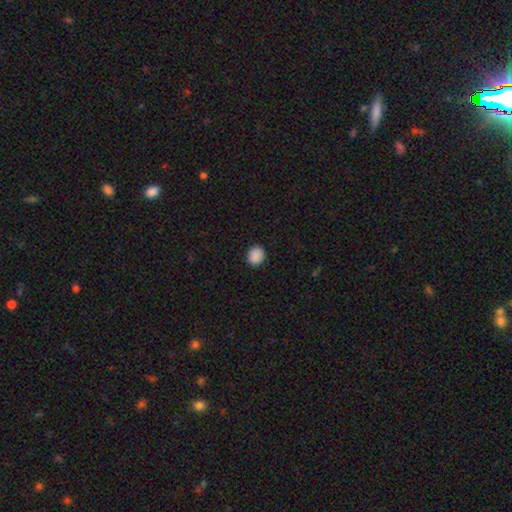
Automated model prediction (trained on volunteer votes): This appears to be a smooth galaxy with no disk features (90%) that is round (70%). Merging: none (91%).